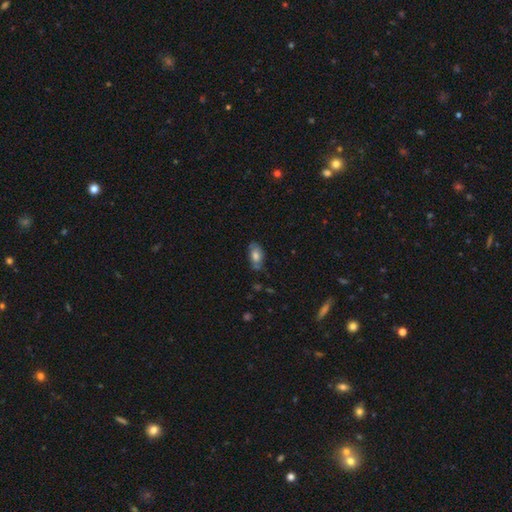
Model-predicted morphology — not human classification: smooth 69%, featured or disk 22%, star or artifact 9%. Down the decision tree: how rounded — in between (90%); merging — none (59%).